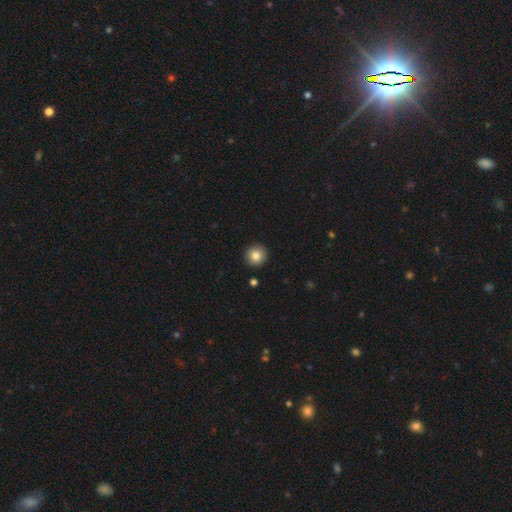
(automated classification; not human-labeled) This appears to be a smooth galaxy with no disk features (84%) that is round (93%). Merging: none (92%).